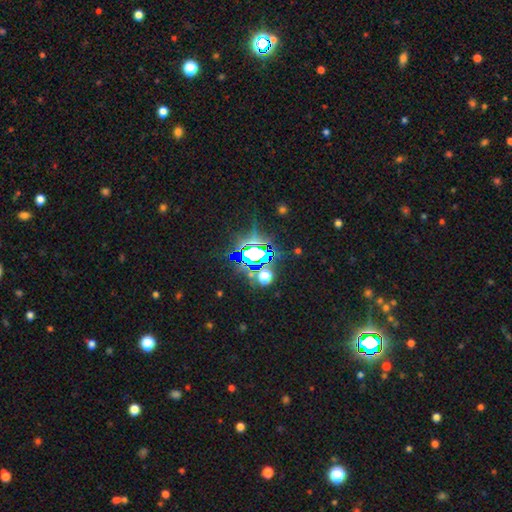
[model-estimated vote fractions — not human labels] smooth_or_featured: star or artifact (p=0.79) [alt: smooth p=0.12]